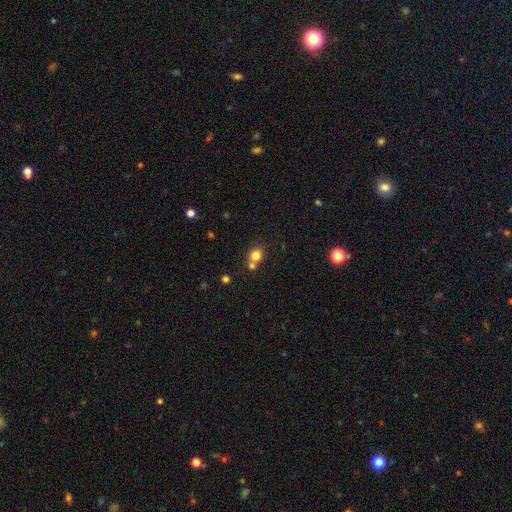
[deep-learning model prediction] This appears to be a smooth galaxy with no disk features (80%) that is round (81%). Merging: none (53%).